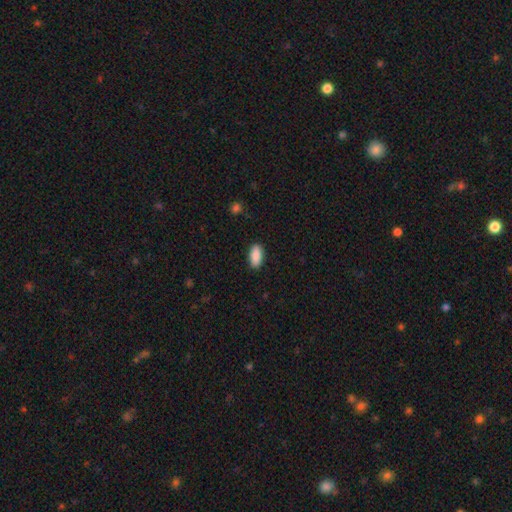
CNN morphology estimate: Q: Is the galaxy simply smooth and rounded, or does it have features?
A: smooth — 90%.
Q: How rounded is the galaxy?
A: in between — 90%.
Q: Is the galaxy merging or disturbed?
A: none — 89%.